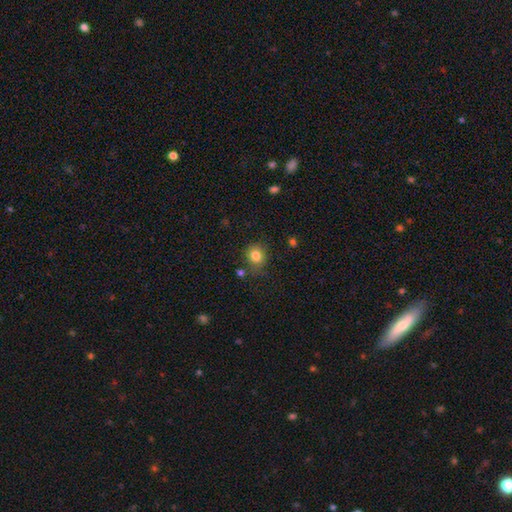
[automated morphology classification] The model was most divided on "how rounded": round: 77%, in between: 22%, cigar-shaped: 1%. More confident: smooth or featured — smooth (83%); merging — none (76%).